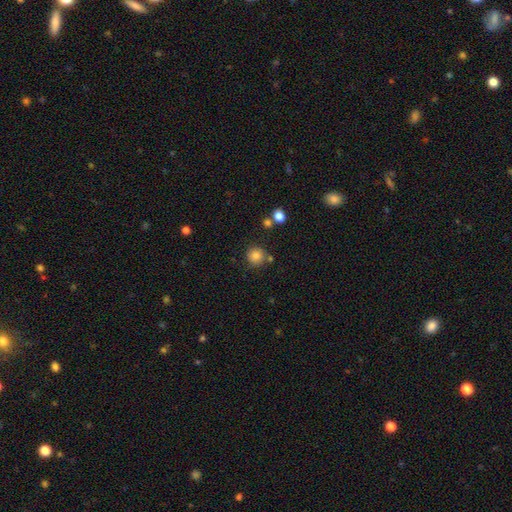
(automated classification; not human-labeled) A smooth galaxy with no disk features (82%) that is round (92%).

Vote fractions:
- Smooth or featured? smooth: 82% / star or artifact: 11% / featured or disk: 7%
- How rounded? round: 92% / in between: 7% / cigar-shaped: 1%
- Merging? none: 79% / minor disturbance: 10% / merger: 8% / major disturbance: 3%